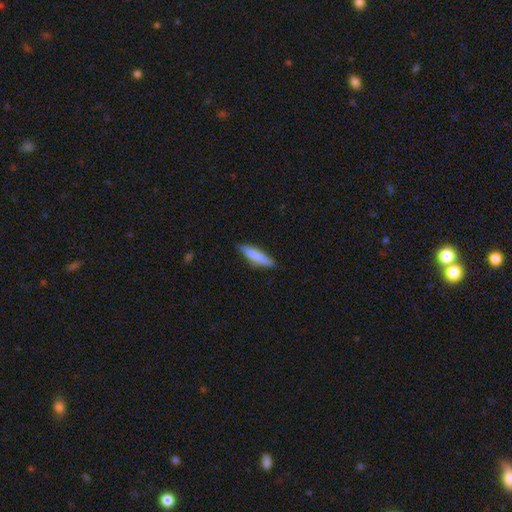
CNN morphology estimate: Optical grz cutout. It shows a smooth galaxy with no disk features (82%) that is cigar-shaped (83%). Merging: none (84%).